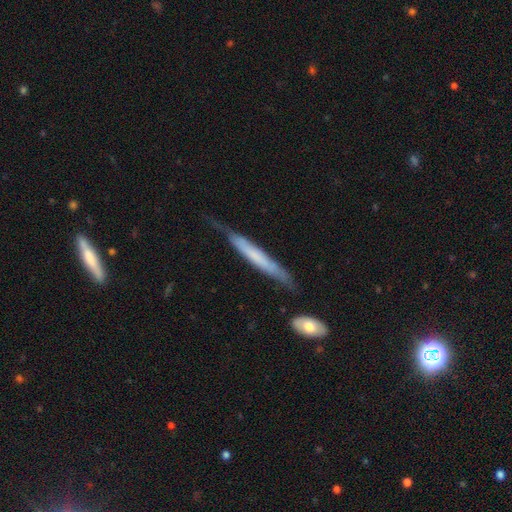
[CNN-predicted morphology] A featured or disk galaxy (50%) viewed edge-on (83%). Merging: none (56%).